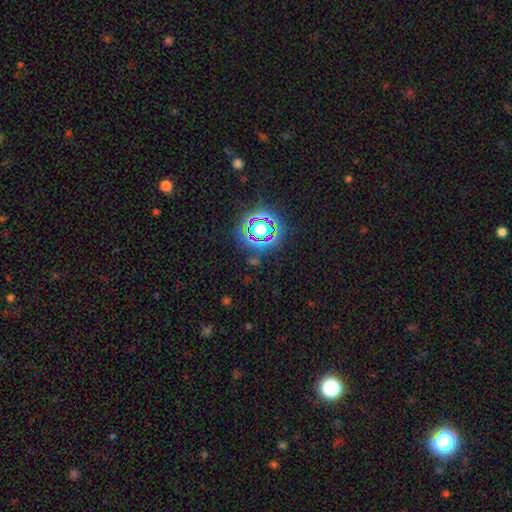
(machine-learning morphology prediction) The model was most divided on "smooth or featured": star or artifact: 73%, smooth: 18%, featured or disk: 9%.